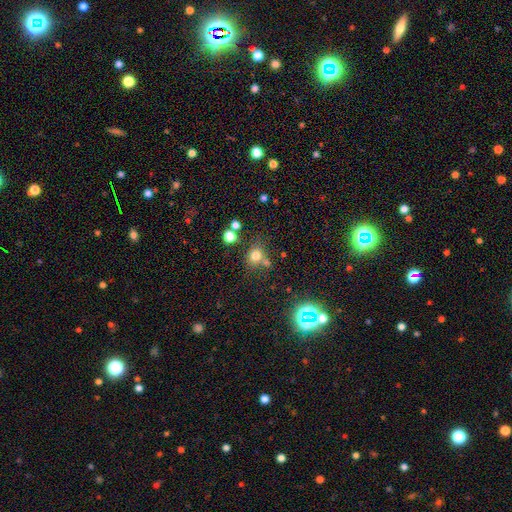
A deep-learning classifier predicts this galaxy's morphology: A smooth galaxy with no disk features (73%) that is round (75%).

Vote fractions:
- Smooth or featured? smooth: 73% / star or artifact: 18% / featured or disk: 9%
- How rounded? round: 75% / in between: 24% / cigar-shaped: 1%
- Merging? none: 63% / merger: 19% / minor disturbance: 13% / major disturbance: 5%